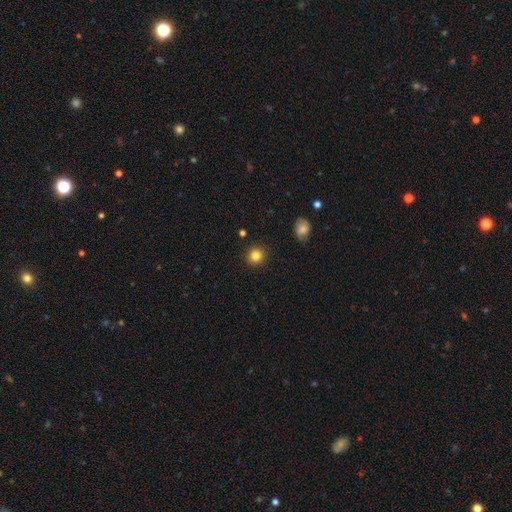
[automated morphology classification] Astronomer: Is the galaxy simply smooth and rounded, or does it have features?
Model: smooth — 84%.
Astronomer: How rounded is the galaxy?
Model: round — 90%.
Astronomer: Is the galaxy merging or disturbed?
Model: none — 91%.